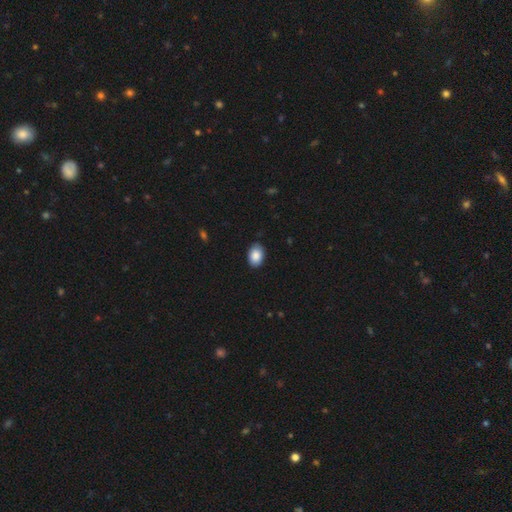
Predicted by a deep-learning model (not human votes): A smooth galaxy with no disk features (88%) that is in between round and cigar-shaped (84%).

Vote fractions:
- Smooth or featured? smooth: 88% / star or artifact: 7% / featured or disk: 5%
- How rounded? in between: 84% / round: 15% / cigar-shaped: 1%
- Merging? none: 86% / minor disturbance: 11% / major disturbance: 2% / merger: 1%